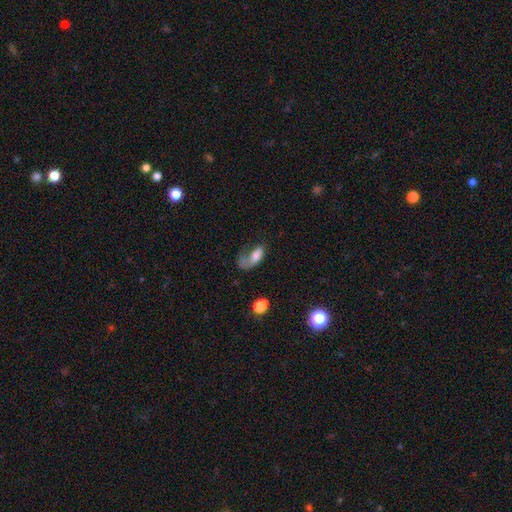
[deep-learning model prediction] Smooth or featured?
  - smooth: 62% *
  - featured or disk: 29%
  - star or artifact: 9%
How rounded?
  - in between: 85% *
  - cigar-shaped: 9%
  - round: 6%
Merging?
  - major disturbance: 53% *
  - none: 22%
  - minor disturbance: 17%
  - merger: 8%